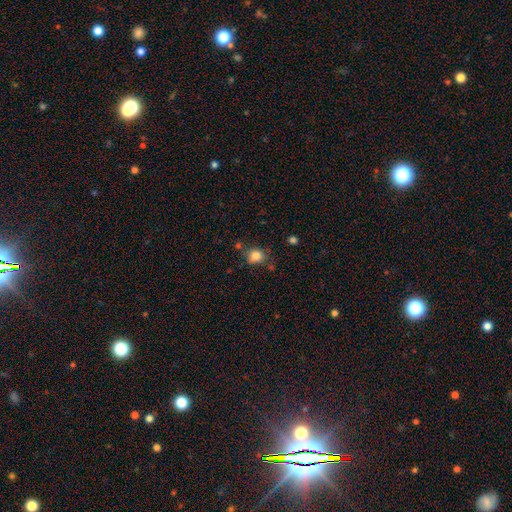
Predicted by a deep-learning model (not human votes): This is clearly a smooth galaxy (83%). How rounded: likely round (69%). Merging: likely none (69%).